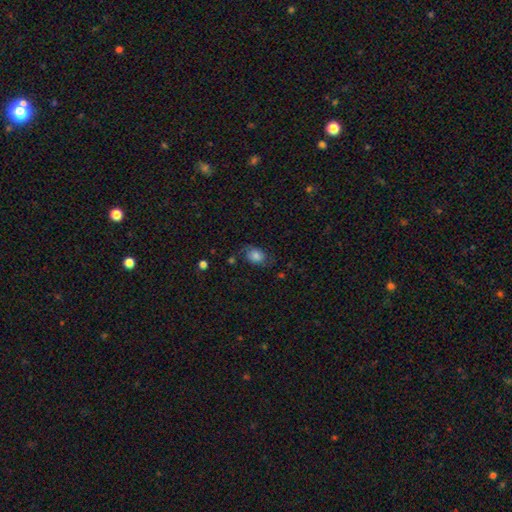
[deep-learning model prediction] Overall: smooth (65%). How rounded: in between (67%; round 32%). Merging: none (60%; minor disturbance 24%).